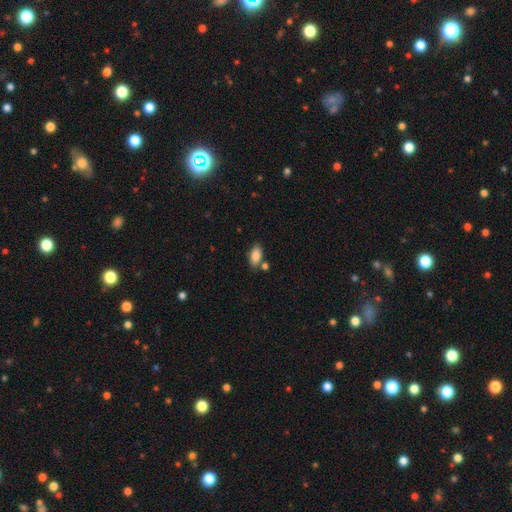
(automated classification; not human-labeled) Overall: smooth (86%). How rounded: in between (91%). Merging: none (72%).